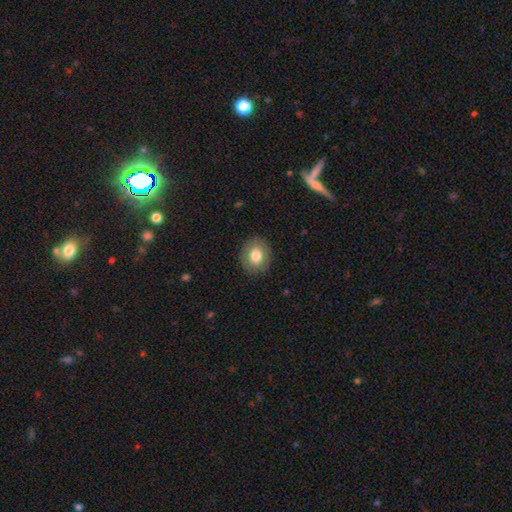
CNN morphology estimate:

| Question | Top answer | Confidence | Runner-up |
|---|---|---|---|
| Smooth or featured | smooth | 76% | featured or disk (17%) |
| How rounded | round | 57% | in between (42%) |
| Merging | none | 88% | minor disturbance (9%) |